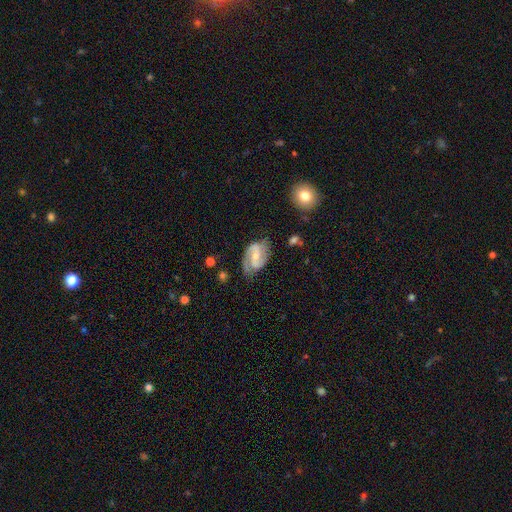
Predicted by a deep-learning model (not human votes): smooth_or_featured: featured or disk (p=0.88) [alt: smooth p=0.07]
disk_edge_on: no (p=0.98) [alt: yes p=0.02]
bar: weak (p=0.48) [alt: no p=0.26]
has_spiral_arms: yes (p=0.97) [alt: no p=0.03]
spiral_winding: medium (p=0.55) [alt: tight p=0.26]
spiral_arm_count: 2 (p=0.92) [alt: can't tell p=0.03]
bulge_size: small (p=0.53) [alt: moderate p=0.31]
merging: none (p=0.74) [alt: minor disturbance p=0.18]